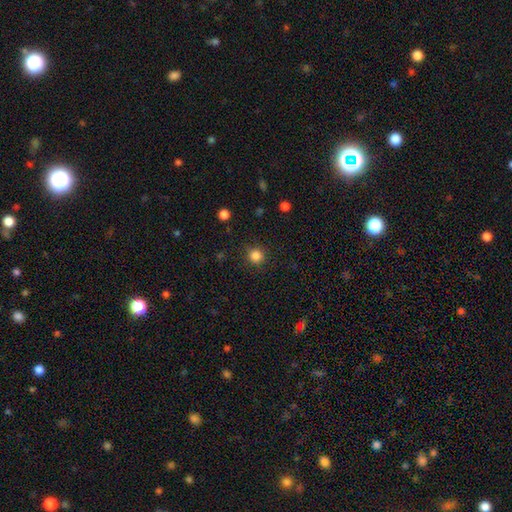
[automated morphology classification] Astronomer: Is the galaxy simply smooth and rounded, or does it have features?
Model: smooth — 84%.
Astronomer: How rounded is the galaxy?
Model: round — 94%.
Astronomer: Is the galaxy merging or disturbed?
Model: none — 89%.